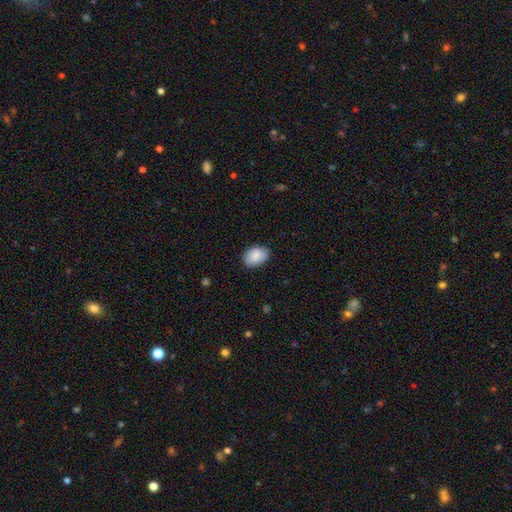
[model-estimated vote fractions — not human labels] The model was most divided on "merging": none: 82%, minor disturbance: 14%, major disturbance: 3%, merger: 1%. More confident: smooth or featured — smooth (85%); how rounded — in between (85%).